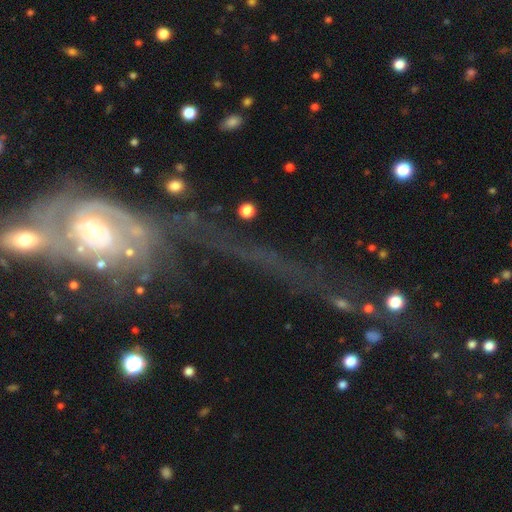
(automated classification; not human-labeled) smooth_or_featured: featured or disk (p=0.70) [alt: star or artifact p=0.17]
disk_edge_on: no (p=0.88) [alt: yes p=0.12]
bar: no (p=0.62) [alt: weak p=0.25]
has_spiral_arms: yes (p=0.73) [alt: no p=0.27]
bulge_size: small (p=0.46) [alt: moderate p=0.39]
merging: merger (p=0.32) [alt: none p=0.28]